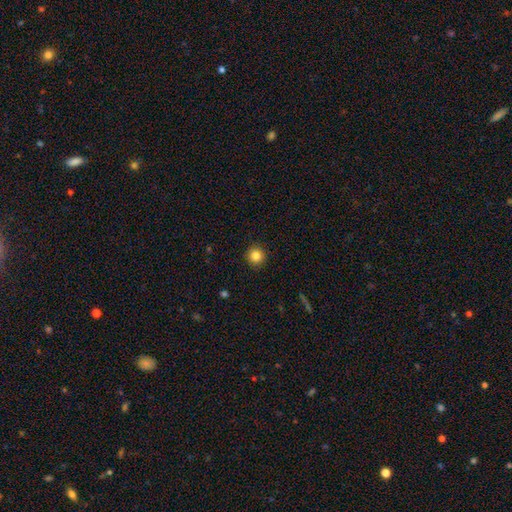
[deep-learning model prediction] A smooth galaxy with no disk features (85%) that is round (94%). Merging: none (91%).